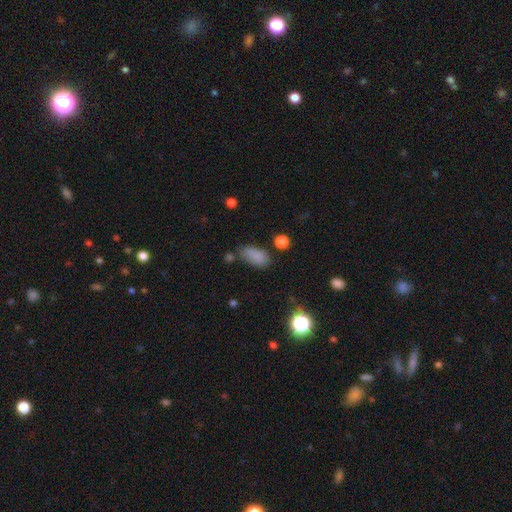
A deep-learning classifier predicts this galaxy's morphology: Overall: smooth (83%). How rounded: in between (89%). Merging: none (64%).